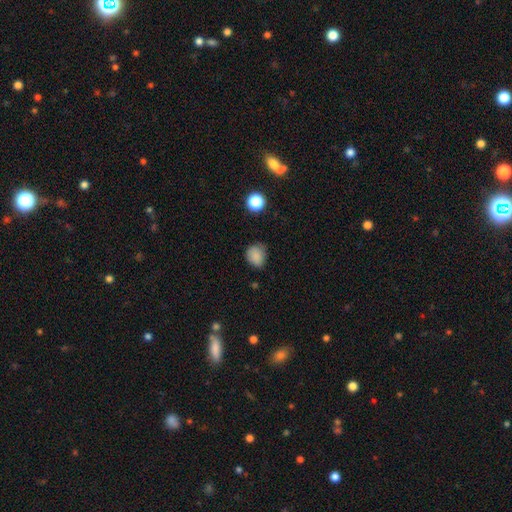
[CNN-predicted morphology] Smooth or featured? Predicted: smooth (p=0.84). How rounded? Predicted: round (p=0.58). Merging? Predicted: none (p=0.64).